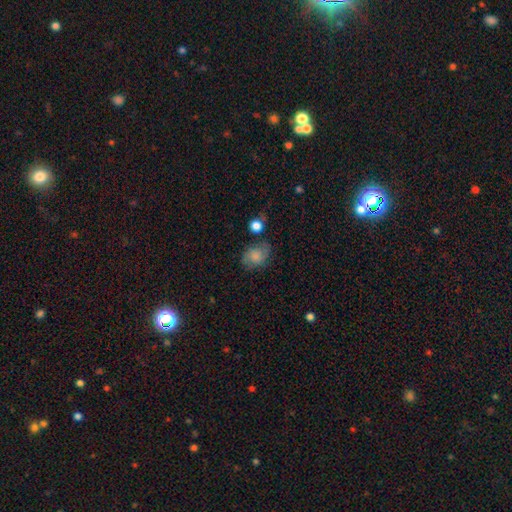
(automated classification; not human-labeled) smooth 68%, featured or disk 22%, star or artifact 10%. Down the decision tree: how rounded — in between (66%); merging — none (61%).